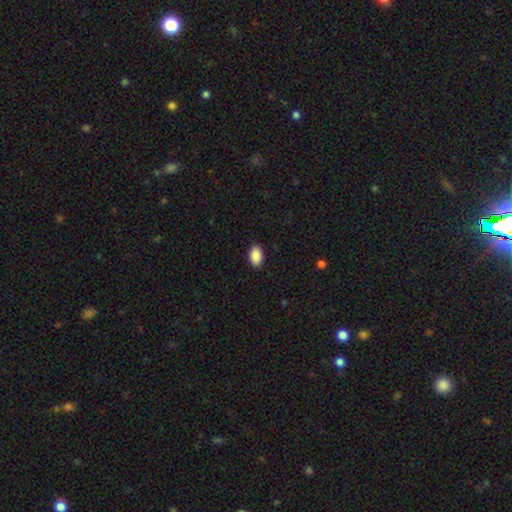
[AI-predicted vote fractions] A smooth galaxy with no disk features (90%) that is in between round and cigar-shaped (92%). Merging: none (90%).